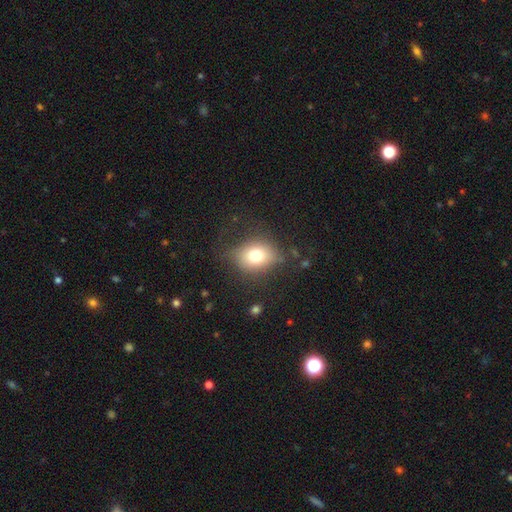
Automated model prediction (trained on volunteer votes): A smooth galaxy with no disk features (74%) that is round (50%). Merging: none (71%).